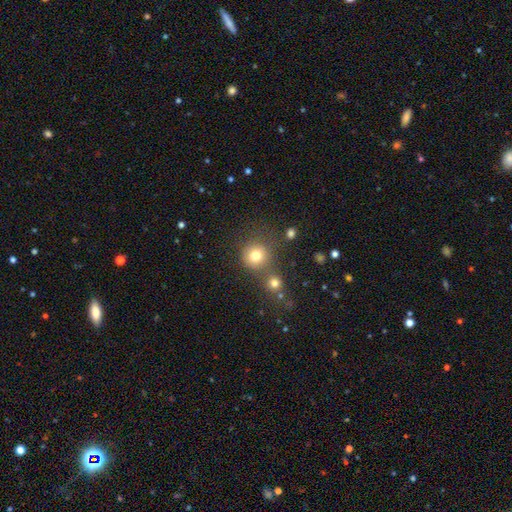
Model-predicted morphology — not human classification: The model was most divided on "merging": none: 64%, merger: 22%, minor disturbance: 10%, major disturbance: 5%. More confident: how rounded — round (90%); smooth or featured — smooth (78%).